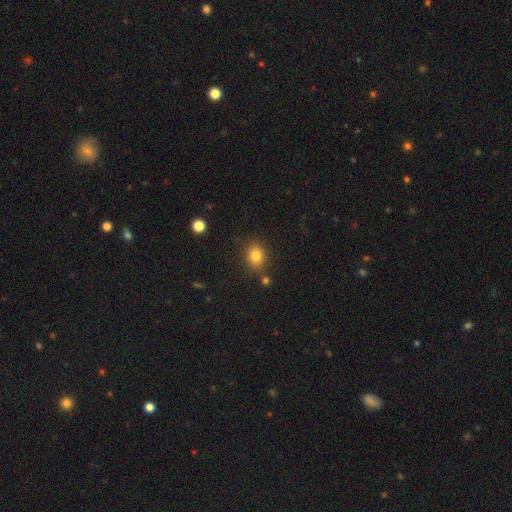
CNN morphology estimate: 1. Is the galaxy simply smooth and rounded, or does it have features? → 82% smooth, 12% star or artifact, 7% featured or disk.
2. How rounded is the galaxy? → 59% round, 40% in between, 1% cigar-shaped.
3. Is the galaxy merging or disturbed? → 82% none, 10% minor disturbance, 5% merger, 3% major disturbance.